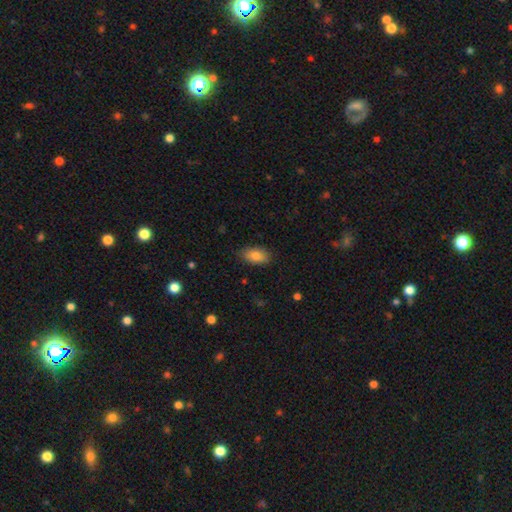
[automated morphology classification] The model was most divided on "merging": none: 83%, minor disturbance: 13%, major disturbance: 3%, merger: 1%. More confident: how rounded — in between (91%); smooth or featured — smooth (84%).